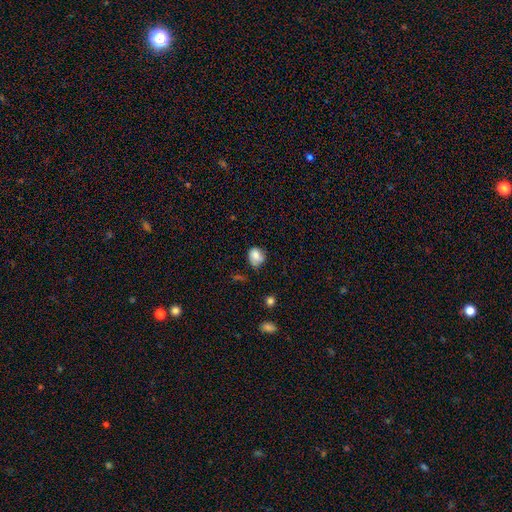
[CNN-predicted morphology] smooth-or-featured: smooth: 79% | featured or disk: 12% | star or artifact: 9%
  how-rounded: round: 55% | in between: 44% | cigar-shaped: 1%
  merging: none: 45% | minor disturbance: 37% | major disturbance: 13% | merger: 5%